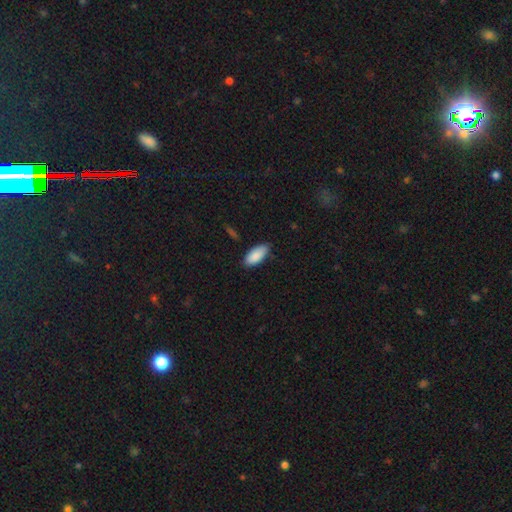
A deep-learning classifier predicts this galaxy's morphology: A smooth galaxy with no disk features (89%) that is in between round and cigar-shaped (90%).

Vote fractions:
- Smooth or featured? smooth: 89% / star or artifact: 6% / featured or disk: 6%
- How rounded? in between: 90% / cigar-shaped: 8% / round: 2%
- Merging? none: 79% / minor disturbance: 17% / major disturbance: 2% / merger: 1%